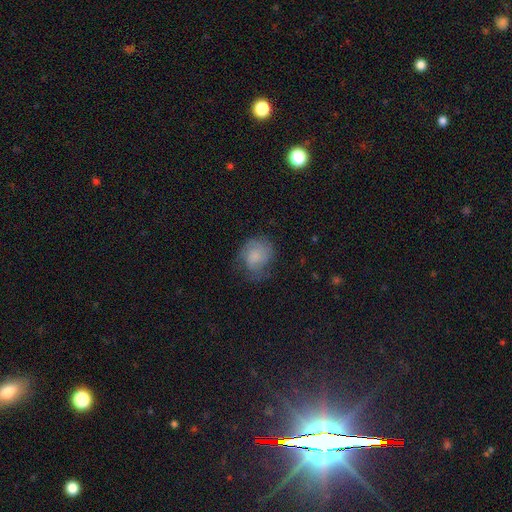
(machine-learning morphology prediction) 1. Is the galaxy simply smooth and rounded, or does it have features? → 66% smooth, 25% featured or disk, 9% star or artifact.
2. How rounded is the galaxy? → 62% round, 37% in between, 1% cigar-shaped.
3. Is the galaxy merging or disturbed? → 47% none, 31% minor disturbance, 20% major disturbance, 2% merger.